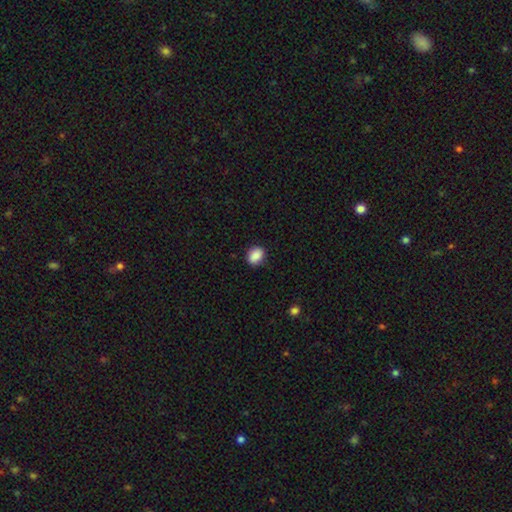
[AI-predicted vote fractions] Smooth or featured? smooth (88%)
How rounded? in between (55%)
Merging? none (84%)